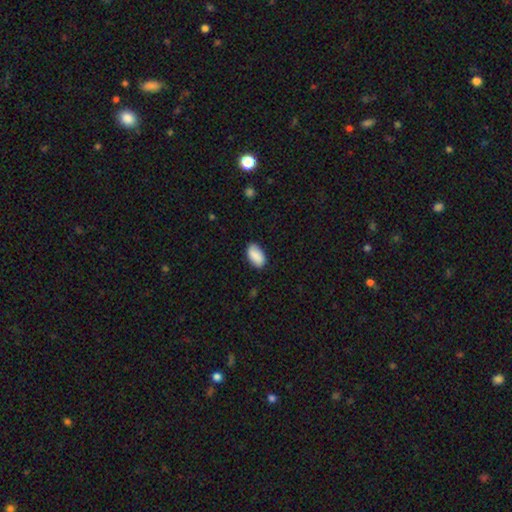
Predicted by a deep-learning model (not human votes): Smooth or featured: smooth — 88% (star or artifact — 6%)
How rounded: in between — 94% (round — 4%)
Merging: none — 83% (minor disturbance — 14%)